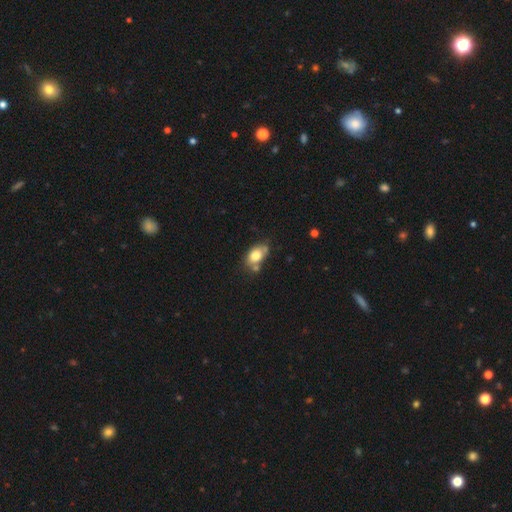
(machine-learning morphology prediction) type=smooth (75%); roundness=in between (82%); merging=none (52%).